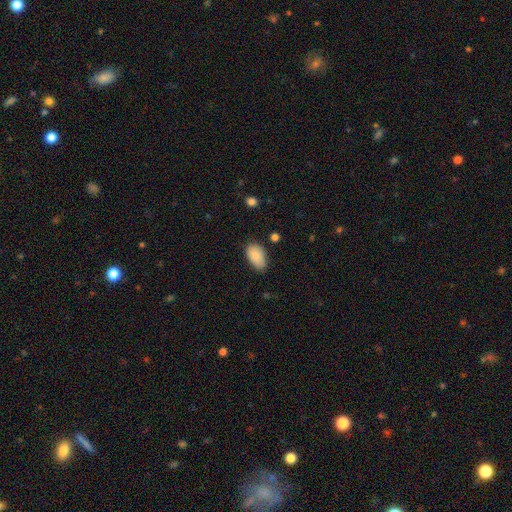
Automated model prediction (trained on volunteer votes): A smooth galaxy with no disk features (88%) that is in between round and cigar-shaped (93%).

Vote fractions:
- Smooth or featured? smooth: 88% / star or artifact: 7% / featured or disk: 5%
- How rounded? in between: 93% / round: 5% / cigar-shaped: 2%
- Merging? none: 70% / minor disturbance: 24% / major disturbance: 4% / merger: 2%